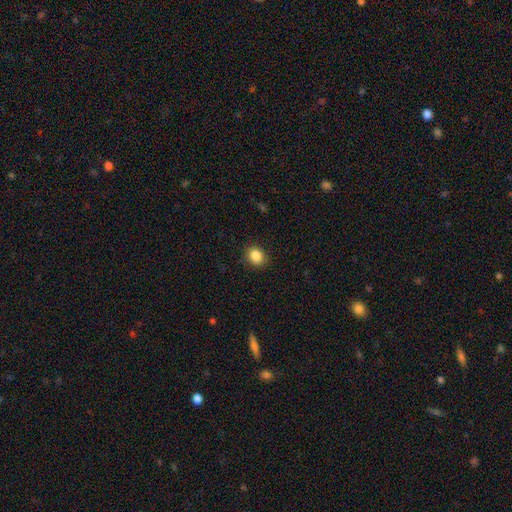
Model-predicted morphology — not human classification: Smooth or featured? Predicted: smooth (p=0.86). How rounded? Predicted: round (p=0.60). Merging? Predicted: none (p=0.86).